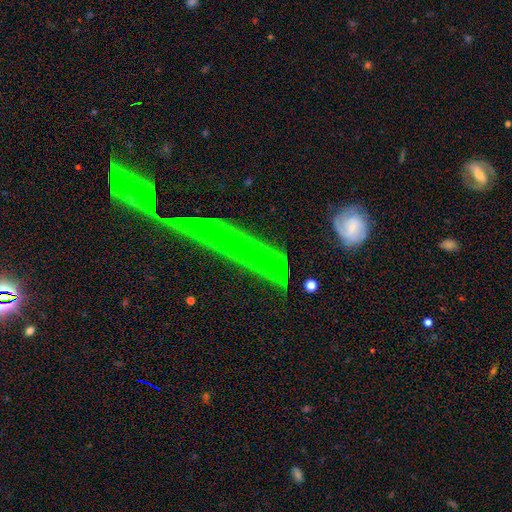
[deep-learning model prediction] Smooth or featured?
  - featured or disk: 45% *
  - star or artifact: 32%
  - smooth: 23%
Merging?
  - none: 65% *
  - minor disturbance: 17%
  - major disturbance: 10%
  - merger: 8%